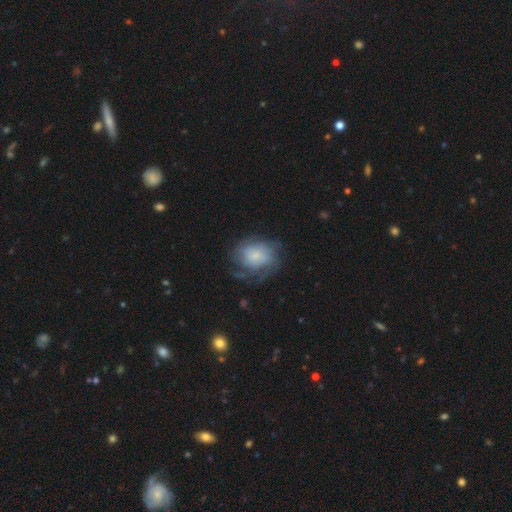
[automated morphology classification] featured or disk 47%, smooth 45%, star or artifact 8%. Down the decision tree: merging — none (49%).